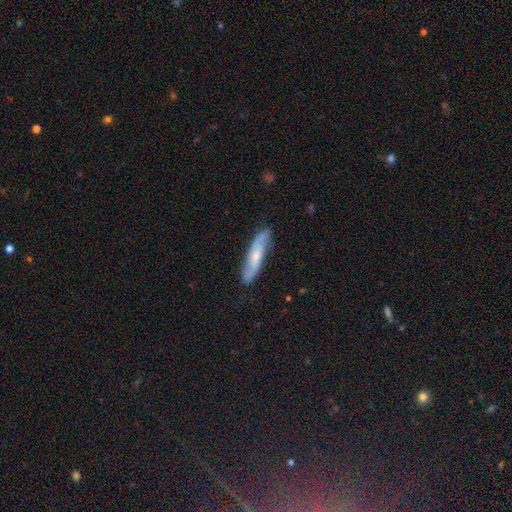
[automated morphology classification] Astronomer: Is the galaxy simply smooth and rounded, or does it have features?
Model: featured or disk — 55% (runner-up: smooth, 39%).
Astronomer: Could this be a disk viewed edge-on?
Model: no — 62% (runner-up: yes, 38%).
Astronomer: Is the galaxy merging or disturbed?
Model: none — 81%.